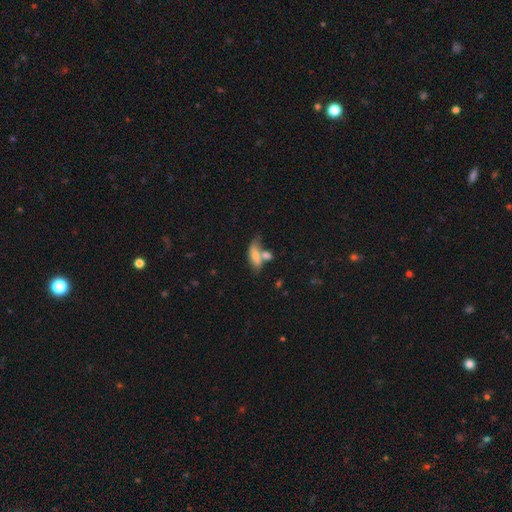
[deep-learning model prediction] A smooth galaxy with no disk features (70%) that is in between round and cigar-shaped (67%).

Vote fractions:
- Smooth or featured? smooth: 70% / featured or disk: 22% / star or artifact: 8%
- How rounded? in between: 67% / cigar-shaped: 28% / round: 5%
- Merging? merger: 44% / none: 31% / minor disturbance: 15% / major disturbance: 9%